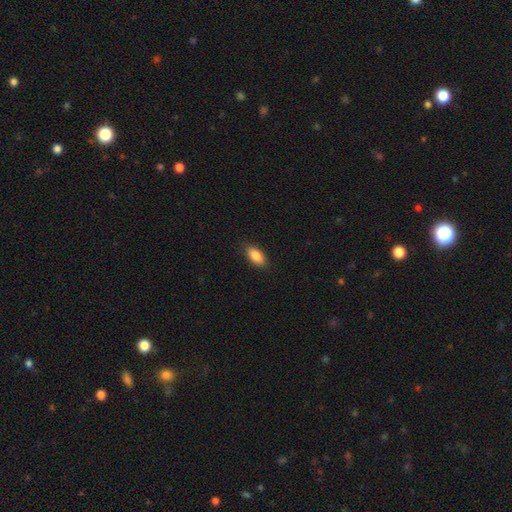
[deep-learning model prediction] Smooth or featured? Predicted: smooth (p=0.87). How rounded? Predicted: in between (p=0.91). Merging? Predicted: none (p=0.87).